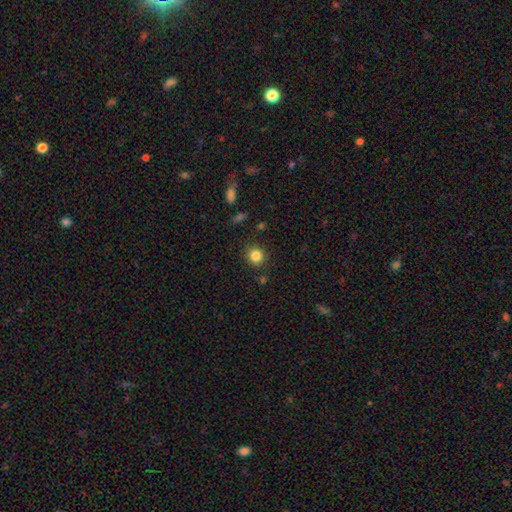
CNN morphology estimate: The model was most divided on "smooth or featured": smooth: 84%, star or artifact: 11%, featured or disk: 5%. More confident: how rounded — round (89%); merging — none (88%).